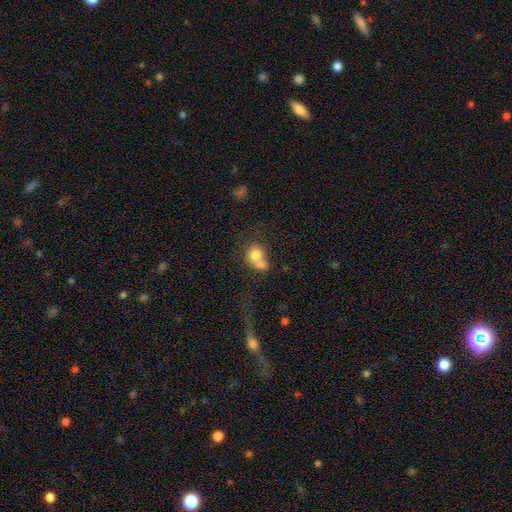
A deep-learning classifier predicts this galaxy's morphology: type=smooth (74%); roundness=round (64%); merging=merger (60%).